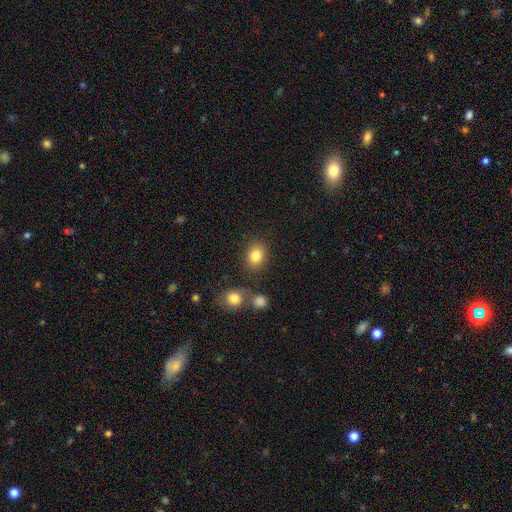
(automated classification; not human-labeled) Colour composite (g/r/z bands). It shows a smooth galaxy with no disk features (83%) that is in between round and cigar-shaped (51%). Merging: none (78%).